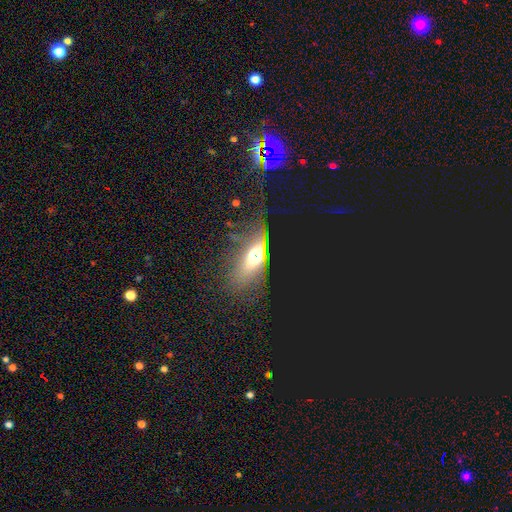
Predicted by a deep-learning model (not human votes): featured or disk 39%, smooth 34%, star or artifact 27%. Down the decision tree: merging — major disturbance (39%, tied with none).